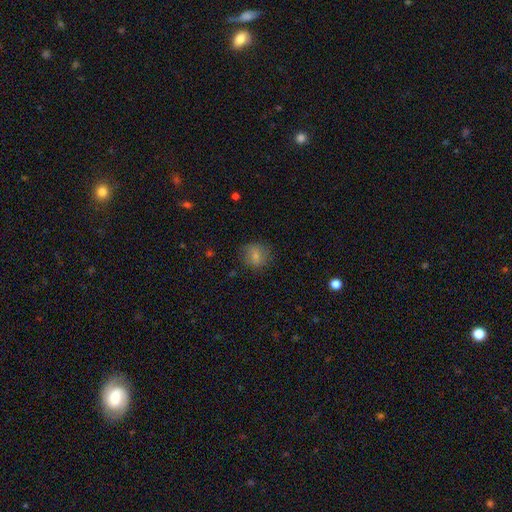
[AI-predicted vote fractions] Smooth or featured?
  - smooth: 74% *
  - featured or disk: 15%
  - star or artifact: 10%
How rounded?
  - round: 81% *
  - in between: 18%
  - cigar-shaped: 1%
Merging?
  - none: 76% *
  - minor disturbance: 17%
  - major disturbance: 6%
  - merger: 1%